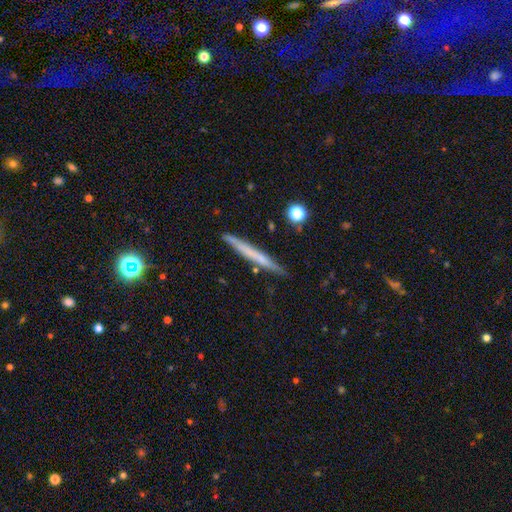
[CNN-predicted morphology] A smooth galaxy with no disk features (50%) that is cigar-shaped (96%). Merging: none (89%).